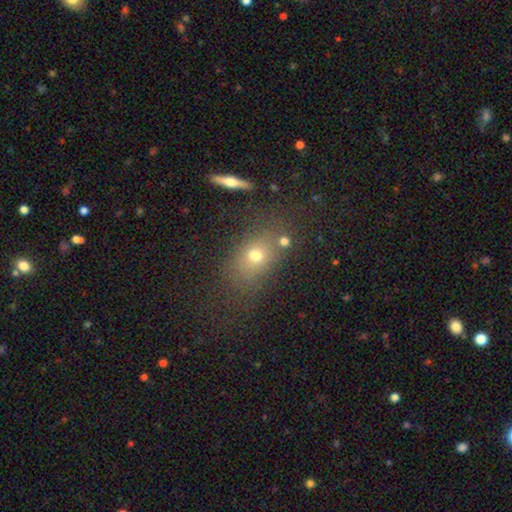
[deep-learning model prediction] Q: Smooth or featured?
A: smooth (64%); runner-up: star or artifact (18%)
Q: How rounded?
A: in between (70%); runner-up: round (25%)
Q: Merging?
A: none (66%); runner-up: minor disturbance (15%)